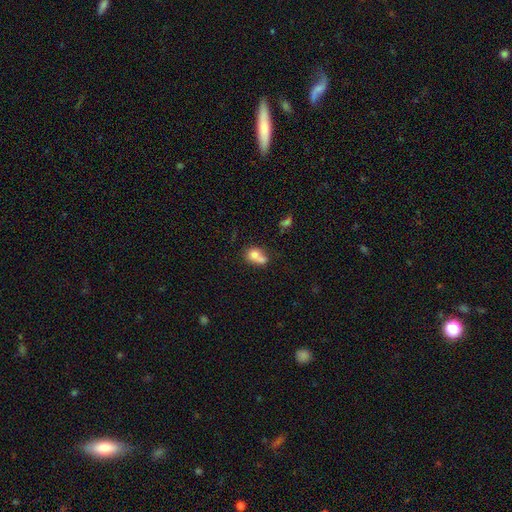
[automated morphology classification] smooth 71%, featured or disk 18%, star or artifact 10%. Down the decision tree: how rounded — round (56%); merging — merger (58%).